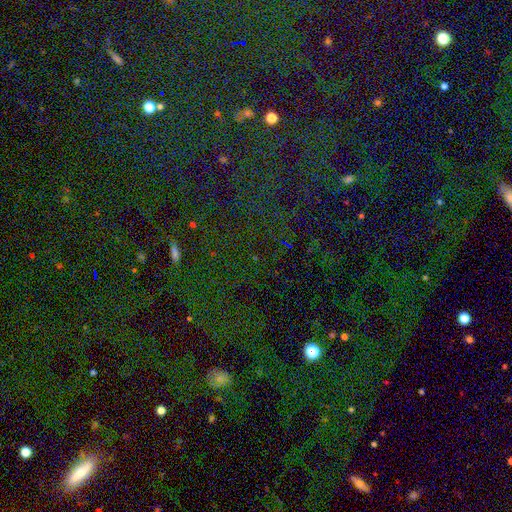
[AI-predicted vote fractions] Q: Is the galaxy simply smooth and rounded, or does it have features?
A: star or artifact — 77%.